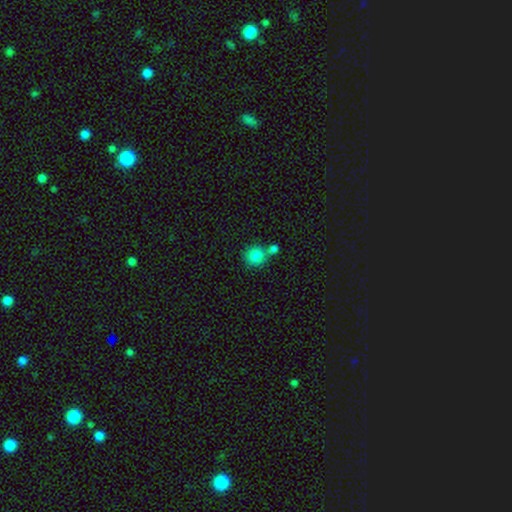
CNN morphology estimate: Smooth or featured? smooth (84%)
How rounded? round (92%)
Merging? none (56%)